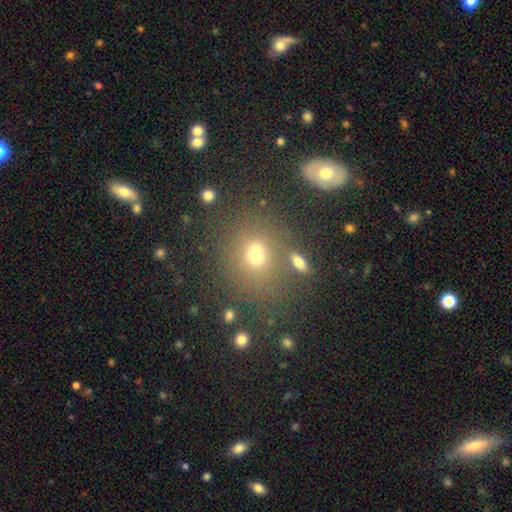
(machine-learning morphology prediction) This appears to be a smooth galaxy with no disk features (62%) that is round (73%). Merging: none (59%).